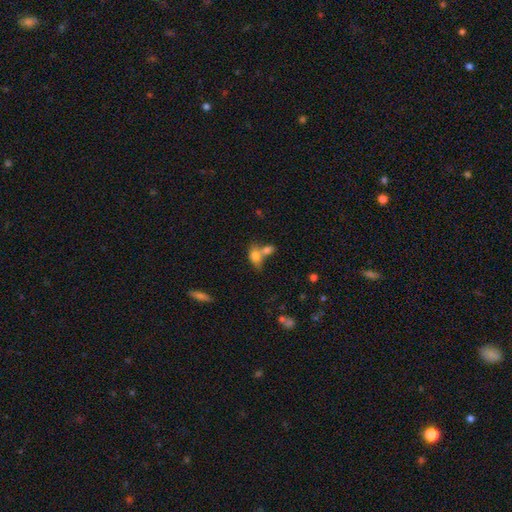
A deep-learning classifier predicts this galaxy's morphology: smooth 75%, featured or disk 15%, star or artifact 10%. Down the decision tree: how rounded — in between (76%); merging — merger (55%).